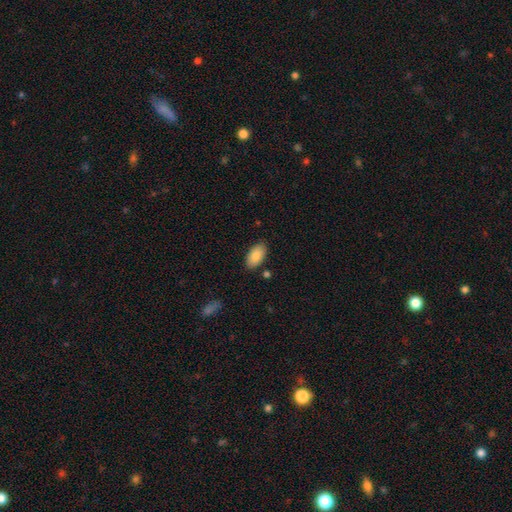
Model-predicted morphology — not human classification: Smooth or featured: smooth — 87% (star or artifact — 7%)
How rounded: in between — 95% (round — 3%)
Merging: none — 85% (minor disturbance — 11%)